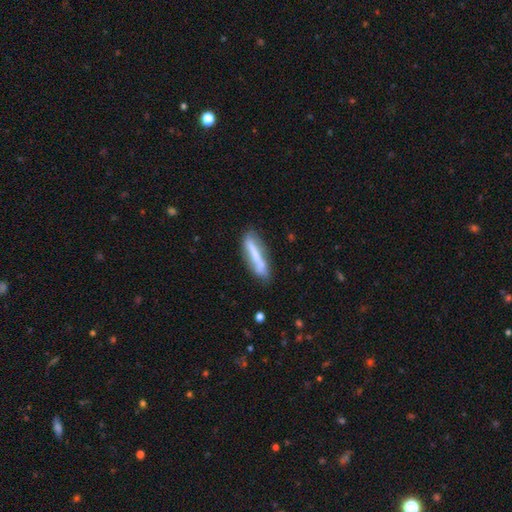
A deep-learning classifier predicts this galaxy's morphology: Smooth or featured: smooth — 57% (featured or disk — 36%)
How rounded: cigar-shaped — 82% (in between — 16%)
Merging: none — 69% (minor disturbance — 21%)